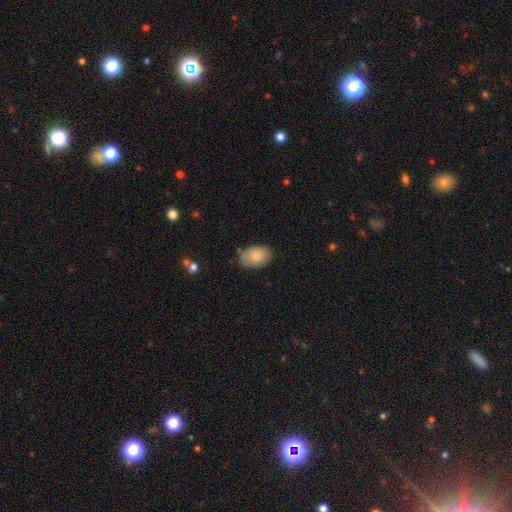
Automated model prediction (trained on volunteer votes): Smooth or featured?
  - smooth: 79% *
  - featured or disk: 15%
  - star or artifact: 6%
How rounded?
  - in between: 87% *
  - round: 12%
  - cigar-shaped: 1%
Merging?
  - none: 75% *
  - minor disturbance: 19%
  - major disturbance: 3%
  - merger: 2%